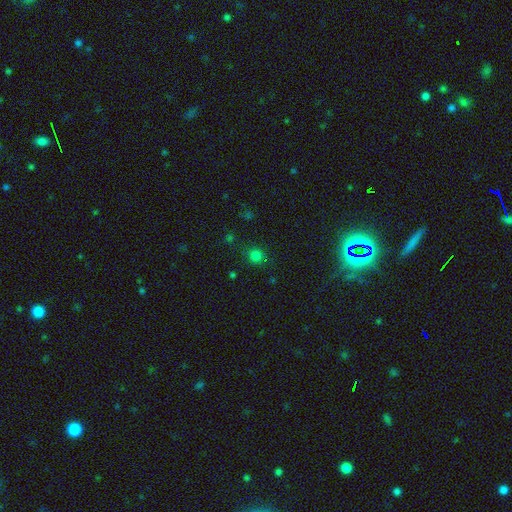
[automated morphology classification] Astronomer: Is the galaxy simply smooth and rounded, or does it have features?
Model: smooth — 77%.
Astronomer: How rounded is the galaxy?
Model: round — 91%.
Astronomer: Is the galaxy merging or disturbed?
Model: none — 86%.